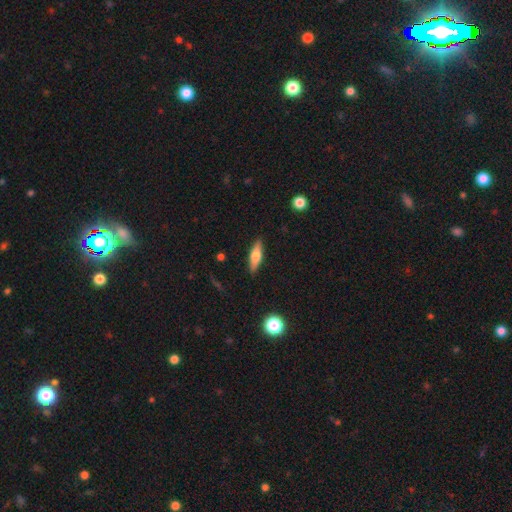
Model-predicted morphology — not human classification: Smooth or featured: smooth — 54% (featured or disk — 39%)
How rounded: cigar-shaped — 55% (in between — 42%)
Merging: none — 87% (minor disturbance — 10%)